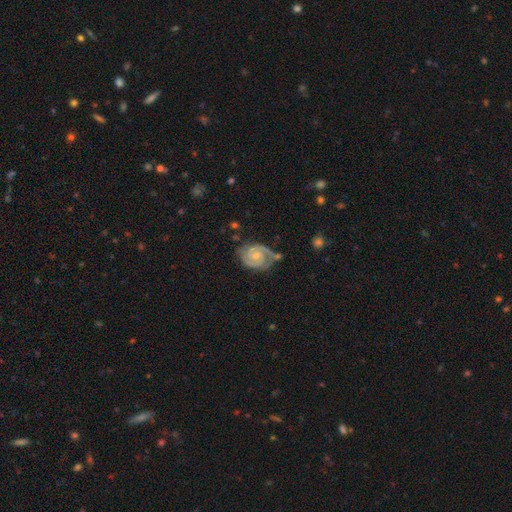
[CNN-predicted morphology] smooth-or-featured: featured or disk: 89% | smooth: 6% | star or artifact: 5%
  disk-edge-on: no: 98% | yes: 2%
    bar: no: 60% | weak: 32% | strong: 8%
    has-spiral-arms: yes: 98% | no: 2%
      spiral-winding: tight: 64% | medium: 31% | loose: 5%
      spiral-arm-count: 2: 87% | 3: 5% | can't tell: 4% | 1: 2% | 4: 1% | more than 4: 1%
    bulge-size: small: 54% | moderate: 40% | none: 4% | large: 2% | dominant: 1%
  merging: none: 63% | minor disturbance: 23% | major disturbance: 8% | merger: 6%